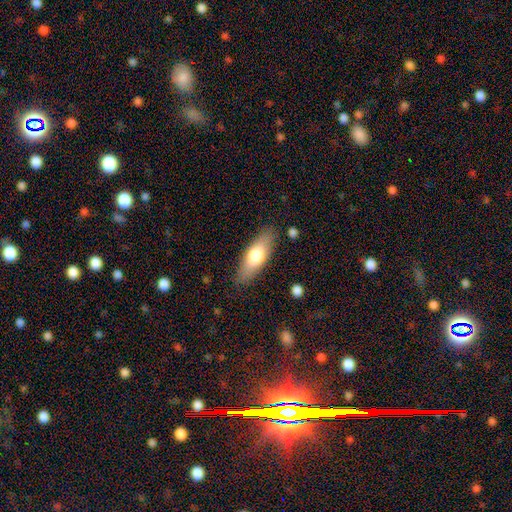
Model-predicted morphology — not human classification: The model was most divided on "how rounded": in between: 60%, cigar-shaped: 37%, round: 2%. More confident: merging — none (84%); smooth or featured — smooth (67%).